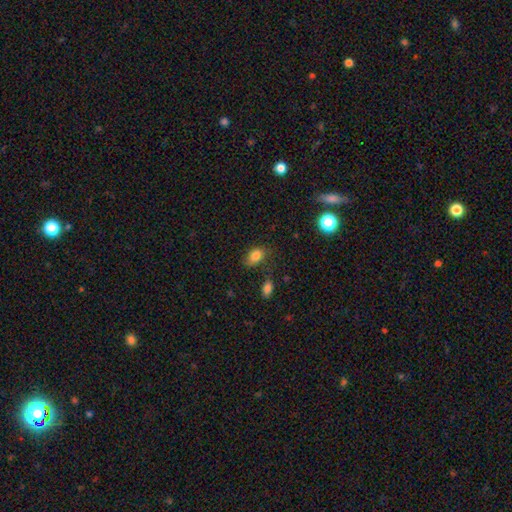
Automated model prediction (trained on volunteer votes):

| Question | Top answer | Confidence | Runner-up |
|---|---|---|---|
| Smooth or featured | smooth | 83% | star or artifact (10%) |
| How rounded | in between | 80% | round (18%) |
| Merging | none | 64% | minor disturbance (25%) |